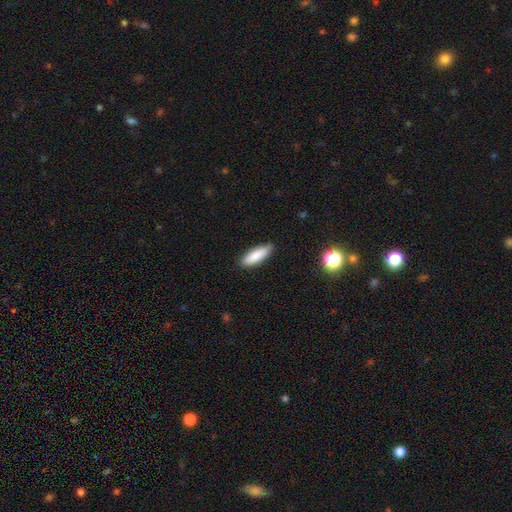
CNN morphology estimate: Q: Smooth or featured?
A: smooth (85%); runner-up: featured or disk (8%)
Q: How rounded?
A: in between (52%); runner-up: cigar-shaped (46%)
Q: Merging?
A: none (86%); runner-up: minor disturbance (11%)